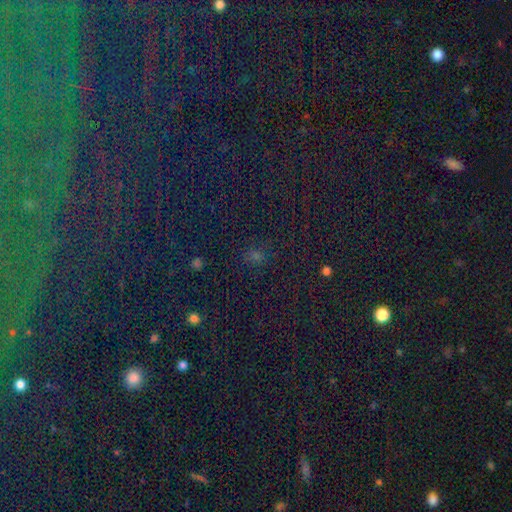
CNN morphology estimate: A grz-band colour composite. It shows a star or artifact, not a galaxy (47%).